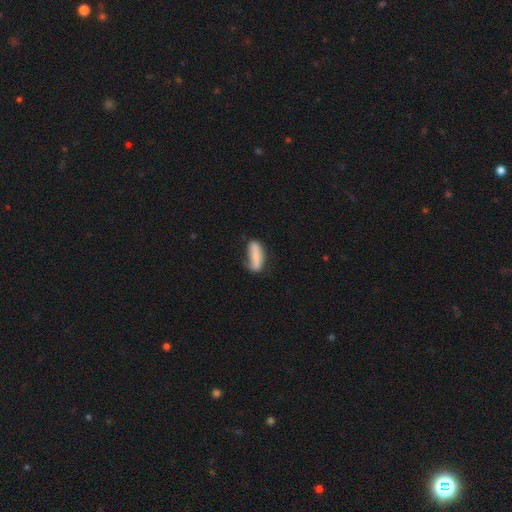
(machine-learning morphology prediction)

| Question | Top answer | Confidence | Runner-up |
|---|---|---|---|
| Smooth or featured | smooth | 70% | featured or disk (23%) |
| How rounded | in between | 63% | cigar-shaped (35%) |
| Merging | none | 47% | minor disturbance (33%) |